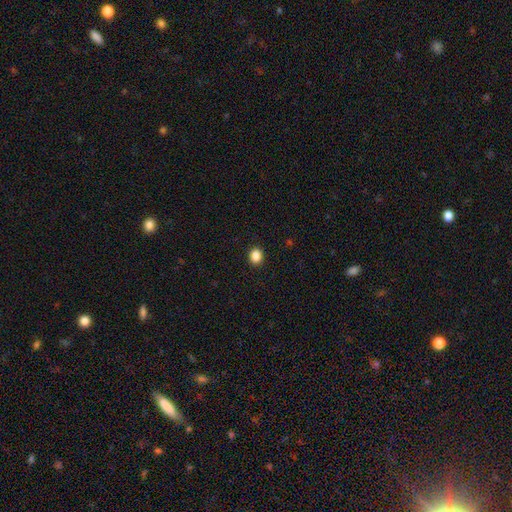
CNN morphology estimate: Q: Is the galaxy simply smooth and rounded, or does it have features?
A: smooth — 87%.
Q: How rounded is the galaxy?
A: round — 64%.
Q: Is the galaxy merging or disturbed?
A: none — 91%.